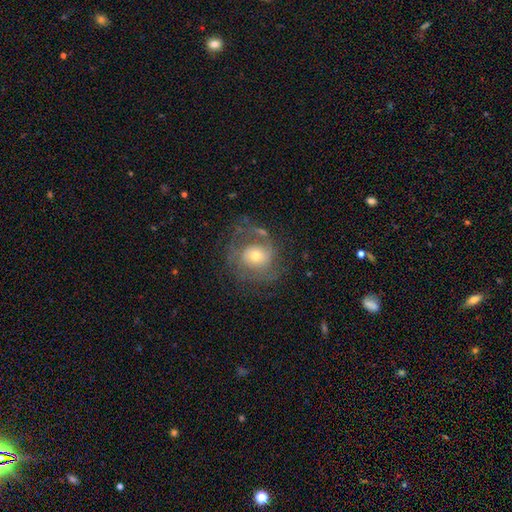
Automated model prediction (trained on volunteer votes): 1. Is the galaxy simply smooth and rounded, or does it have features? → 65% featured or disk, 26% smooth, 9% star or artifact.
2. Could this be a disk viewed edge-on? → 97% no, 3% yes.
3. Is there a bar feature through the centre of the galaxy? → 75% no, 20% weak, 5% strong.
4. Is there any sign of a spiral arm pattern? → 76% yes, 24% no.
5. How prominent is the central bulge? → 55% moderate, 36% small, 6% large, 1% dominant, 1% none.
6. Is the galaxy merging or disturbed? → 56% none, 22% major disturbance, 19% minor disturbance, 3% merger.